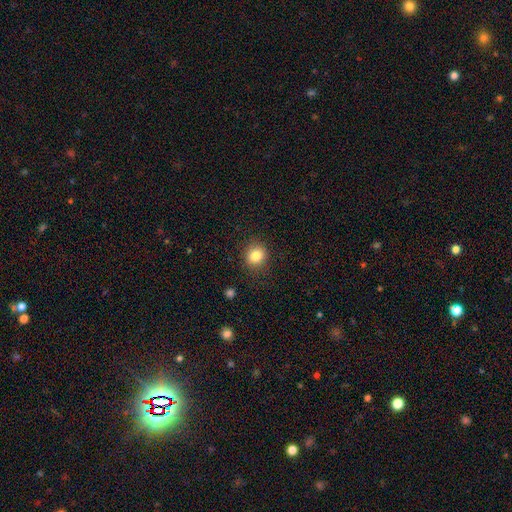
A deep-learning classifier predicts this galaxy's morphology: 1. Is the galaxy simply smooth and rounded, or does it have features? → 83% smooth, 11% star or artifact, 6% featured or disk.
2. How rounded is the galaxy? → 77% round, 22% in between, 1% cigar-shaped.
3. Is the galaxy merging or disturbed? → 85% none, 10% minor disturbance, 3% major disturbance, 1% merger.